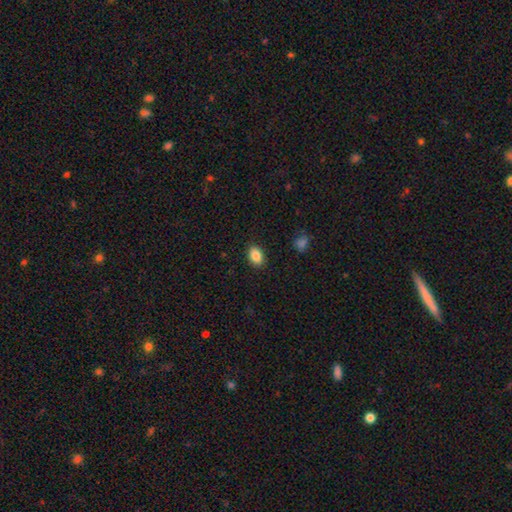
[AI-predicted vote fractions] A smooth galaxy with no disk features (87%) that is in between round and cigar-shaped (84%). Merging: none (89%).